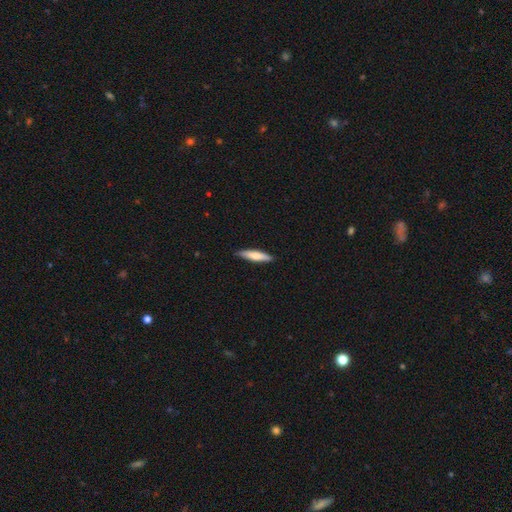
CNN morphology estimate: Smooth or featured: smooth — 70% (featured or disk — 25%)
How rounded: cigar-shaped — 82% (in between — 17%)
Merging: none — 89% (minor disturbance — 9%)